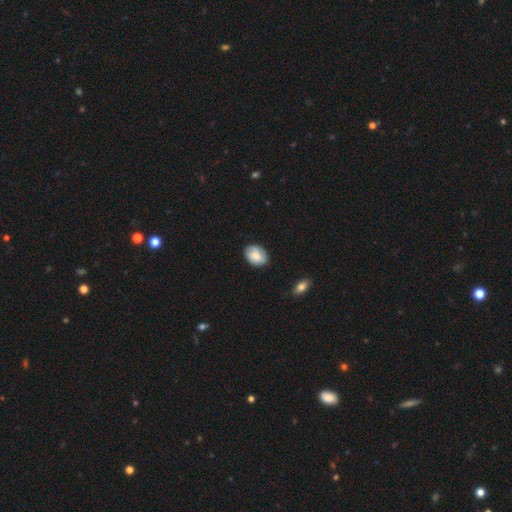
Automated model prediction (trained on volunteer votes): Morphology: type=smooth (78%); roundness=in between (81%); merging=none (78%).